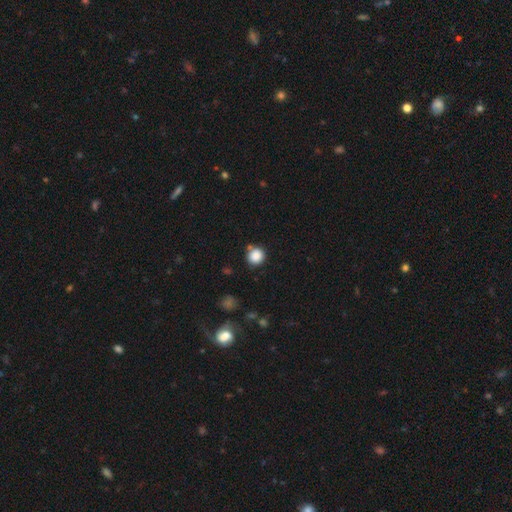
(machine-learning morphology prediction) type=smooth (86%); roundness=round (87%); merging=none (78%).